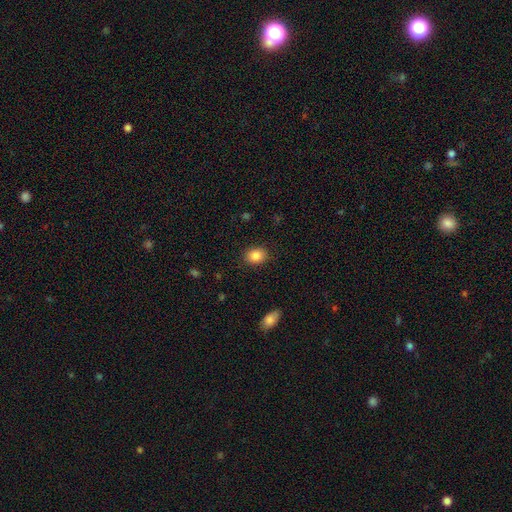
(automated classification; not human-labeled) The model was most divided on "how rounded": in between: 52%, round: 47%, cigar-shaped: 1%. More confident: merging — none (88%); smooth or featured — smooth (86%).